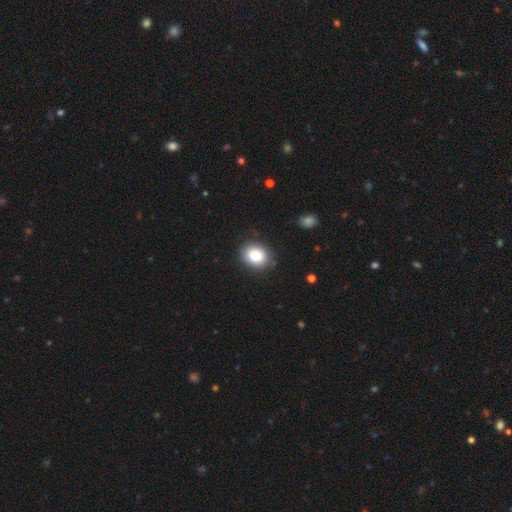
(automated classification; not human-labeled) This appears to be a smooth galaxy with no disk features (85%) that is in between round and cigar-shaped (50%). Merging: none (84%).